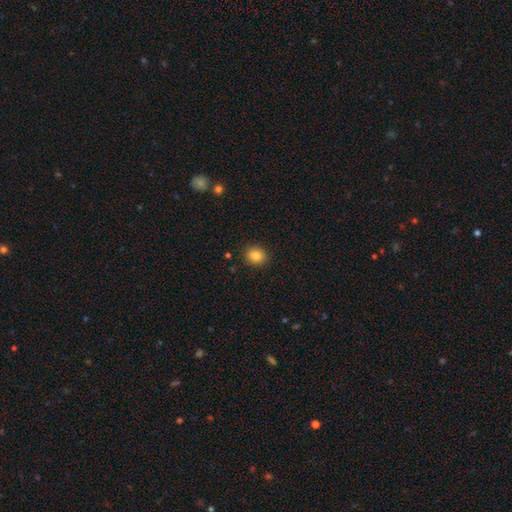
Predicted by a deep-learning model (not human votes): Morphology: type=smooth (84%); roundness=round (59%); merging=none (89%).